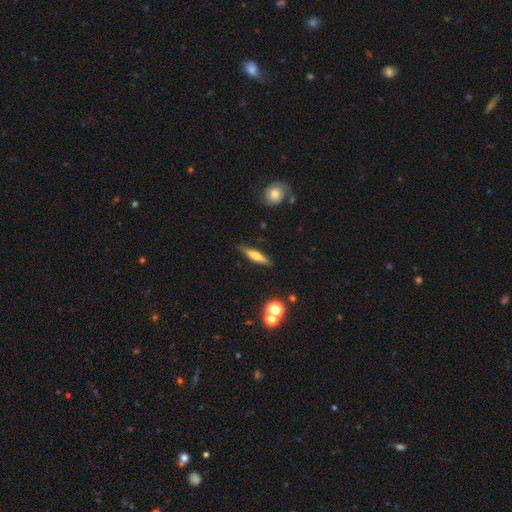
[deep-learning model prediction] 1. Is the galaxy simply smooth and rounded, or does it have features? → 51% smooth, 41% featured or disk, 7% star or artifact.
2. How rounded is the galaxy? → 80% cigar-shaped, 17% in between, 3% round.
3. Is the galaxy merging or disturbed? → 85% none, 10% minor disturbance, 2% major disturbance, 2% merger.